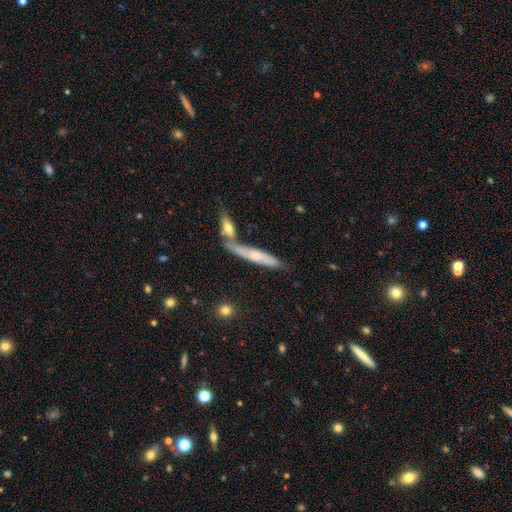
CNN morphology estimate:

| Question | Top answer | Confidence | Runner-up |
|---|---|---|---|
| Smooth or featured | smooth | 47% | tied: featured or disk (47%) |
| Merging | none | 54% | merger (28%) |